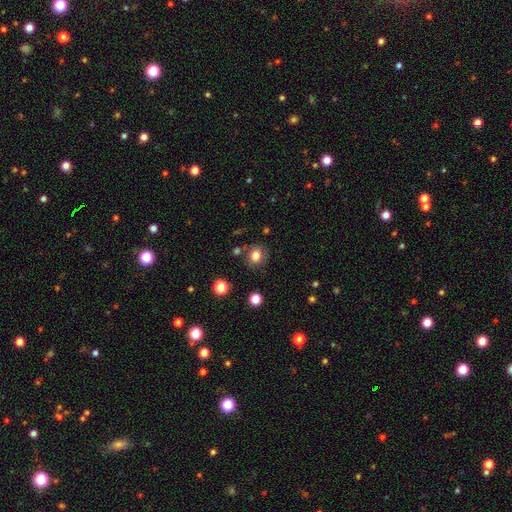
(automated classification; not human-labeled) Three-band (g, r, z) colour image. It shows a smooth galaxy with no disk features (79%) that is round (70%). Merging: none (78%).